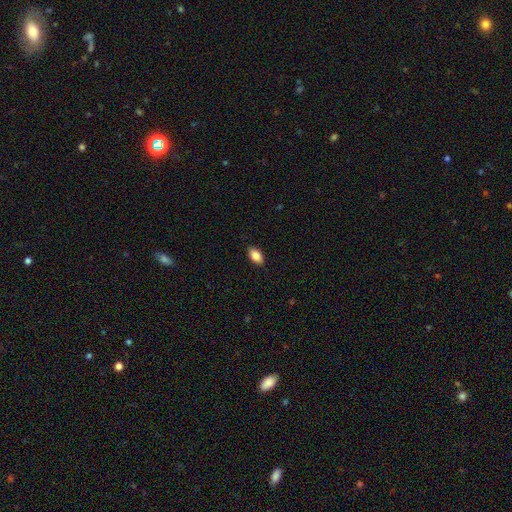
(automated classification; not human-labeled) Morphology: type=smooth (87%); roundness=in between (92%); merging=none (88%).